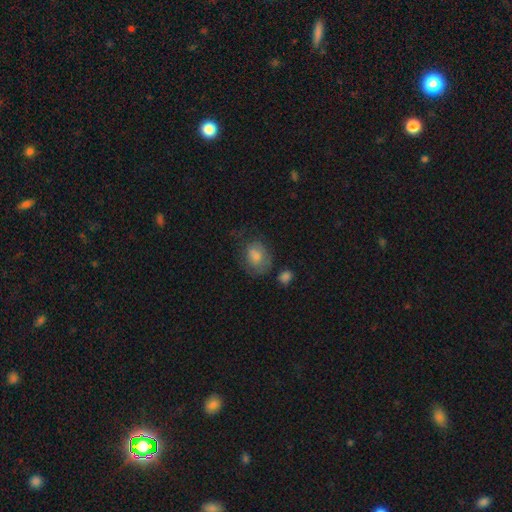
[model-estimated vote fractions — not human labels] smooth-or-featured: smooth: 70% | featured or disk: 19% | star or artifact: 11%
  how-rounded: in between: 55% | round: 44% | cigar-shaped: 1%
  merging: none: 53% | minor disturbance: 26% | major disturbance: 15% | merger: 6%